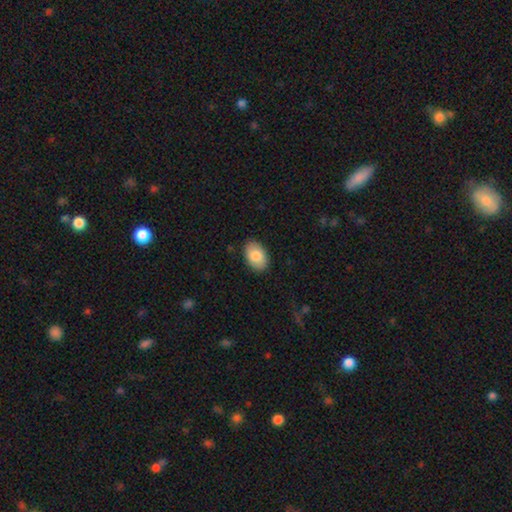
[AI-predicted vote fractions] Smooth or featured? Predicted: smooth (p=0.84). How rounded? Predicted: in between (p=0.89). Merging? Predicted: none (p=0.88).